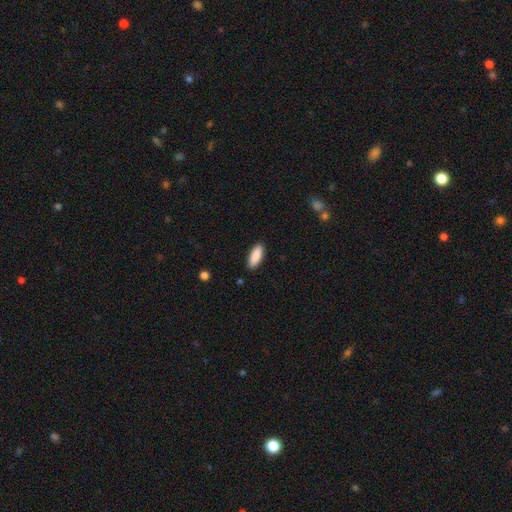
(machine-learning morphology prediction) A smooth galaxy with no disk features (89%) that is in between round and cigar-shaped (76%).

Vote fractions:
- Smooth or featured? smooth: 89% / star or artifact: 6% / featured or disk: 5%
- How rounded? in between: 76% / cigar-shaped: 23% / round: 2%
- Merging? none: 88% / minor disturbance: 9% / major disturbance: 2% / merger: 1%